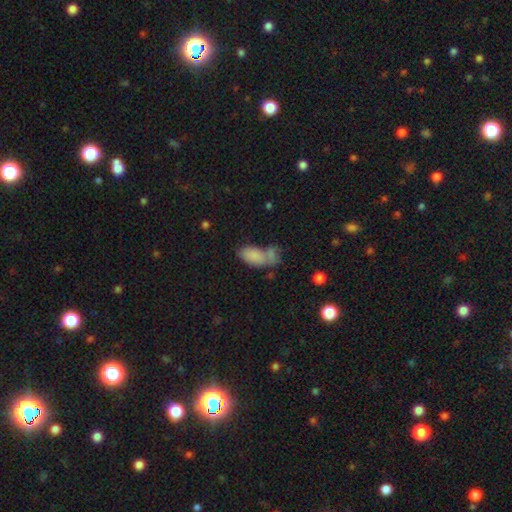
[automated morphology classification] This appears to be a smooth galaxy with no disk features (80%) that is in between round and cigar-shaped (90%). Merging: none (39%).